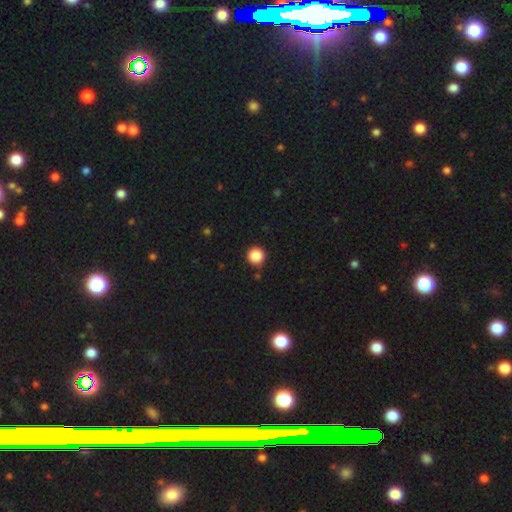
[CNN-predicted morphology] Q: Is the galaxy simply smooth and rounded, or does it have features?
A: smooth — 87%.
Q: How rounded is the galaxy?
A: round — 96%.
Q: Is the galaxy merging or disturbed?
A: none — 89%.